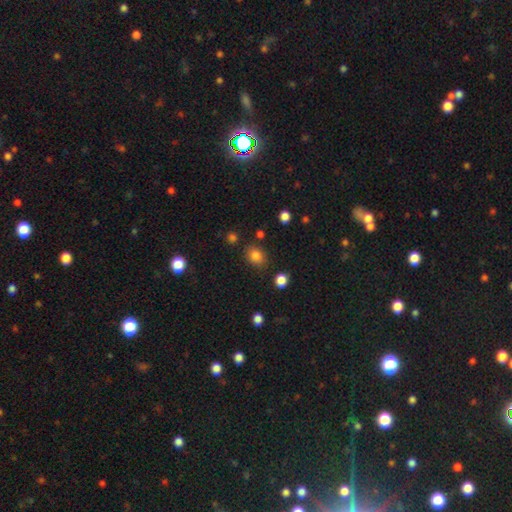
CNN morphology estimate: A smooth galaxy with no disk features (83%) that is round (51%).

Vote fractions:
- Smooth or featured? smooth: 83% / star or artifact: 12% / featured or disk: 5%
- How rounded? round: 51% / in between: 48% / cigar-shaped: 1%
- Merging? none: 81% / minor disturbance: 12% / major disturbance: 4% / merger: 4%